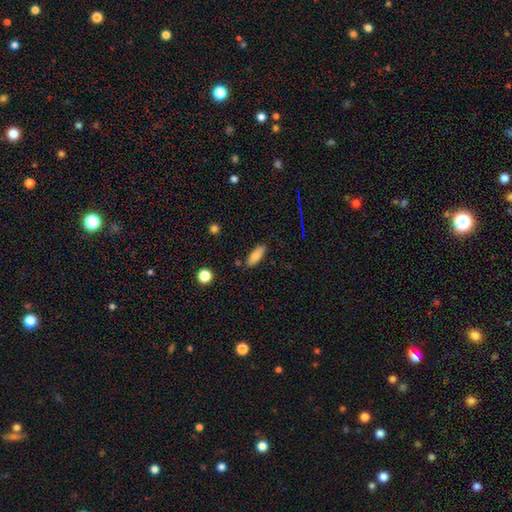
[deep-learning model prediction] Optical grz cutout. It shows a smooth galaxy with no disk features (80%) that is in between round and cigar-shaped (69%). Merging: none (82%).